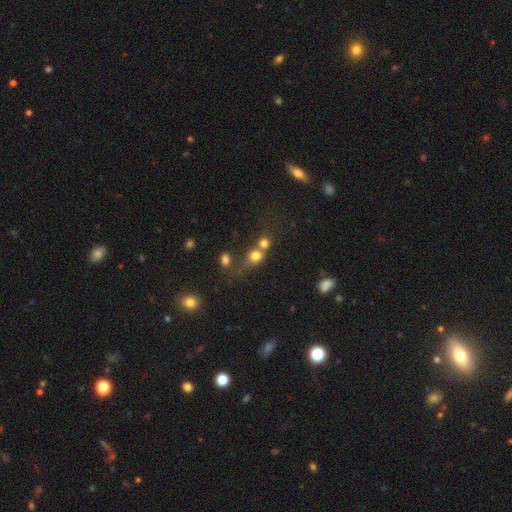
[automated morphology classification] smooth 73%, star or artifact 15%, featured or disk 12%. Down the decision tree: how rounded — round (78%); merging — merger (50%).